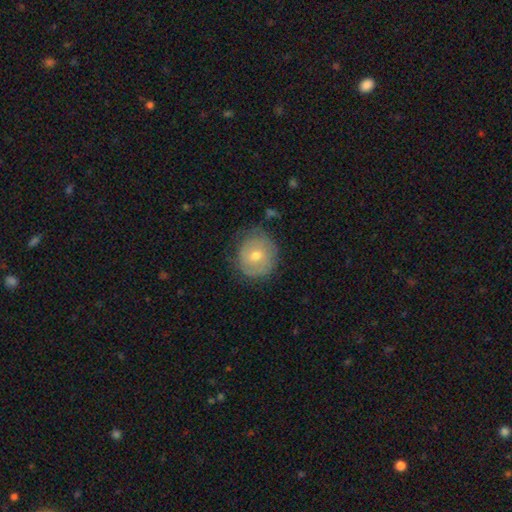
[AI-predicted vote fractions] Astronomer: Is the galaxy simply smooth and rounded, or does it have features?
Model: smooth — 53% (runner-up: featured or disk, 39%).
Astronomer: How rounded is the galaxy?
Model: round — 85%.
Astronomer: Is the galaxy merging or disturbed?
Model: none — 70%.